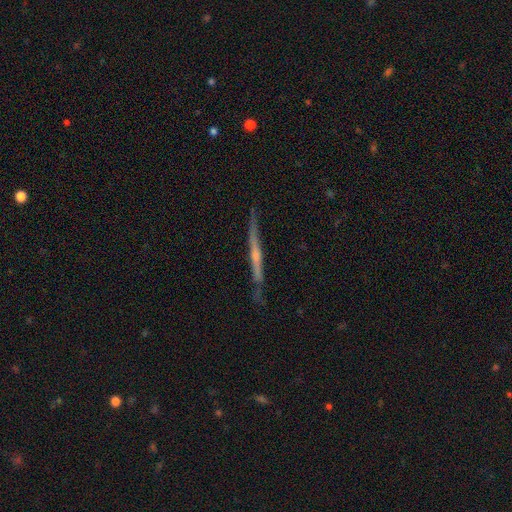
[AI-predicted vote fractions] This appears to be a featured or disk galaxy (69%) viewed edge-on (97%) with no central bulge (50%). Merging: none (81%).